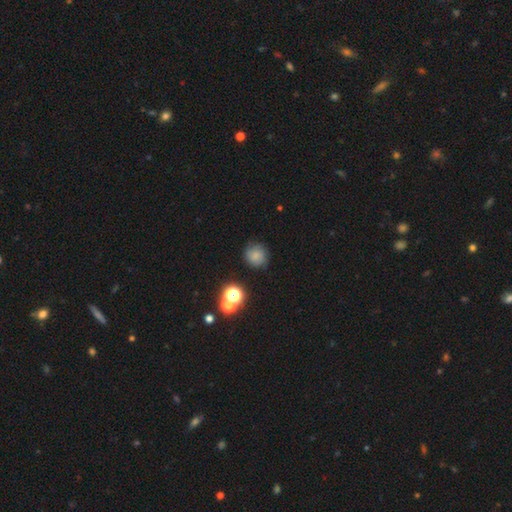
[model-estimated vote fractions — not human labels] Smooth or featured: smooth — 73% (star or artifact — 14%)
How rounded: round — 90% (in between — 9%)
Merging: none — 81% (minor disturbance — 12%)